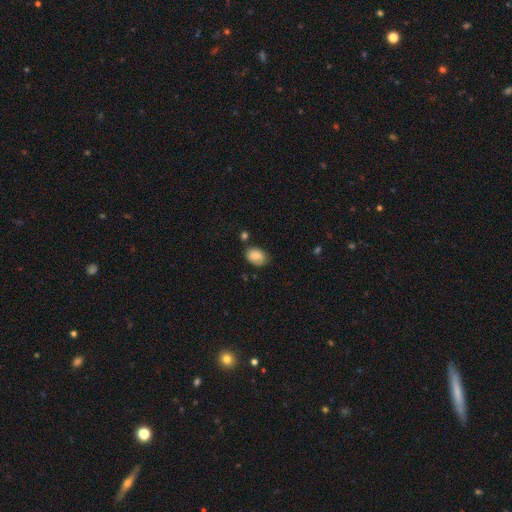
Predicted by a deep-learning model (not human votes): Morphology: type=smooth (78%); roundness=in between (75%); merging=none (65%).